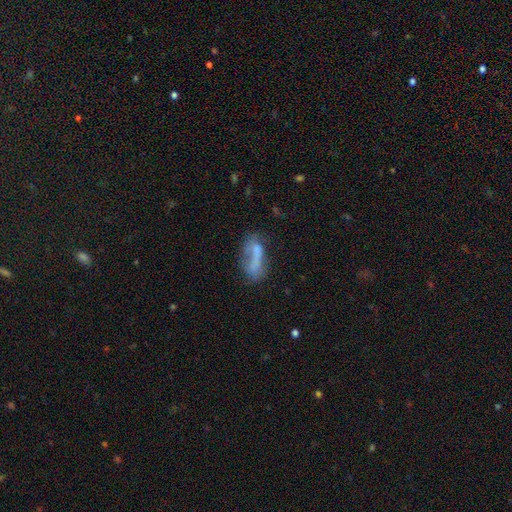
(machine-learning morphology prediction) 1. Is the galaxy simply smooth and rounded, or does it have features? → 57% smooth, 32% featured or disk, 11% star or artifact.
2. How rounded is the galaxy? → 65% in between, 31% cigar-shaped, 4% round.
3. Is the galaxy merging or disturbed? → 37% none, 24% major disturbance, 24% minor disturbance, 15% merger.